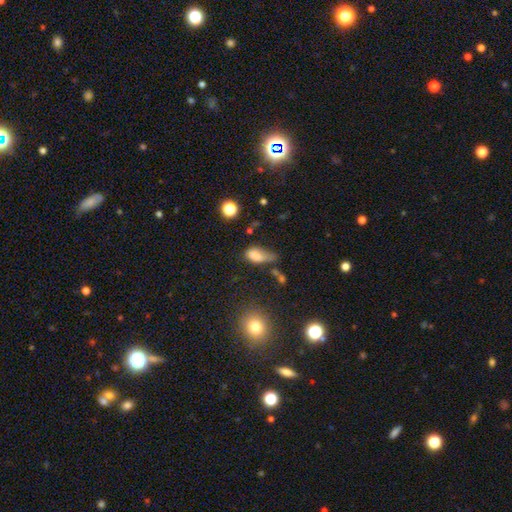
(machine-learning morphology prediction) Q: Smooth or featured?
A: smooth (74%); runner-up: featured or disk (14%)
Q: How rounded?
A: in between (86%); runner-up: cigar-shaped (8%)
Q: Merging?
A: minor disturbance (33%); tied with: major disturbance (33%)